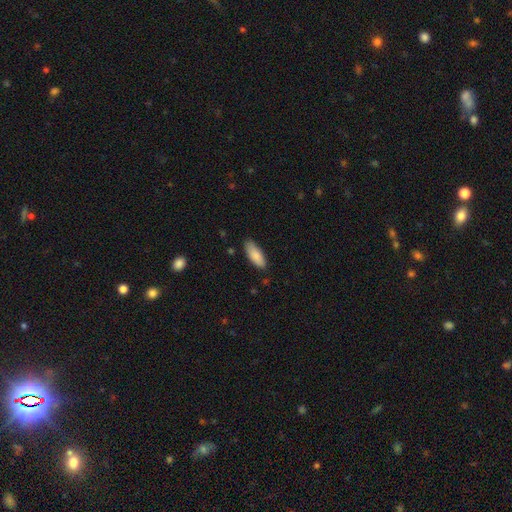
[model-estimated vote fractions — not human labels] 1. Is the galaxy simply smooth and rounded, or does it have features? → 87% smooth, 7% featured or disk, 6% star or artifact.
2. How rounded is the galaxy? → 75% in between, 23% cigar-shaped, 2% round.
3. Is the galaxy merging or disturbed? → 82% none, 15% minor disturbance, 2% major disturbance, 1% merger.